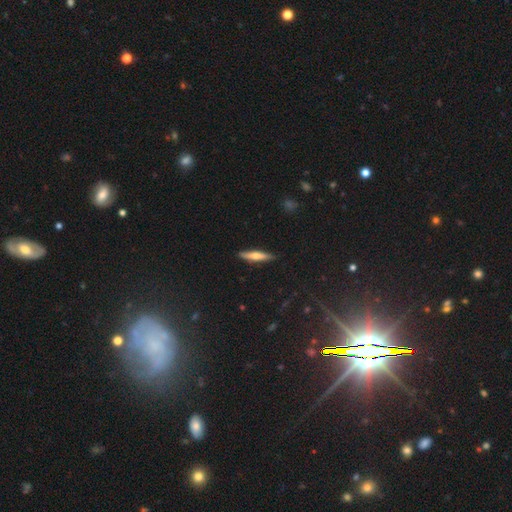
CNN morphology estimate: This appears to be a smooth galaxy with no disk features (48%). Merging: none (89%).